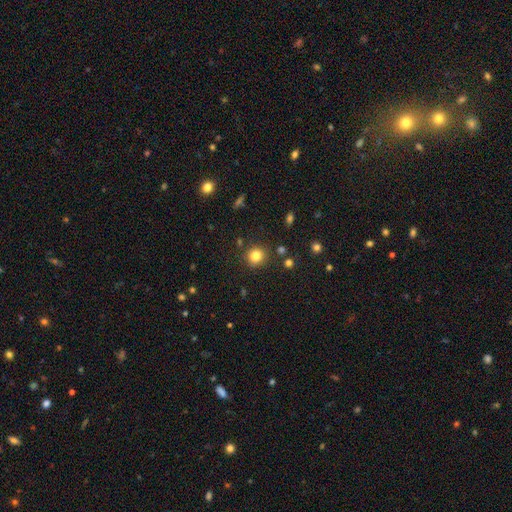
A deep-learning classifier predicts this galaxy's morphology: Smooth or featured?
  - smooth: 82% *
  - star or artifact: 12%
  - featured or disk: 6%
How rounded?
  - round: 87% *
  - in between: 12%
  - cigar-shaped: 1%
Merging?
  - none: 86% *
  - minor disturbance: 8%
  - merger: 3%
  - major disturbance: 3%